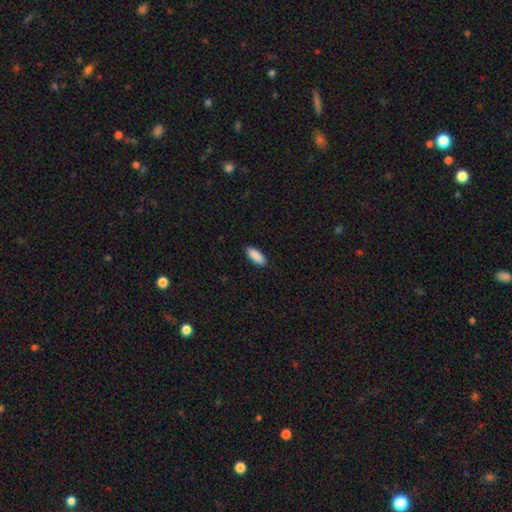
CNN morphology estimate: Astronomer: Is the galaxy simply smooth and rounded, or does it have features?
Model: smooth — 90%.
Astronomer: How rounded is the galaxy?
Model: in between — 74%.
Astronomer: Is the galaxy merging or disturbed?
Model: none — 88%.